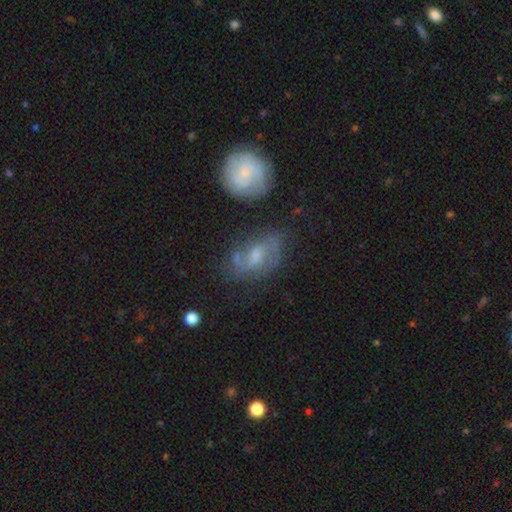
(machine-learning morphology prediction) This appears to be a featured or disk galaxy (68%) with a weak bar (46%), 2 (73%) medium (46%) spiral arms (85%) and a small central bulge (45%). Merging: none (60%).